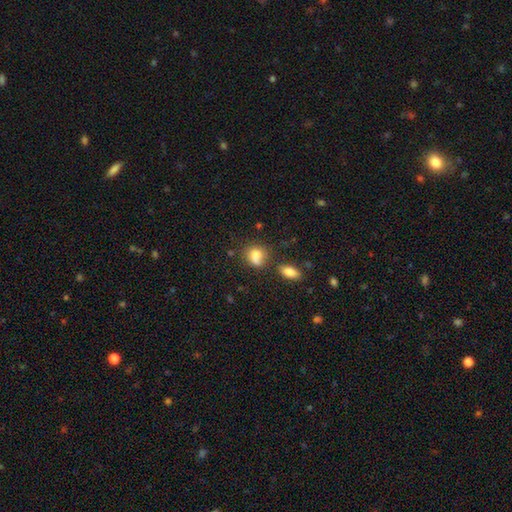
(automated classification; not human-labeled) The model was most divided on "merging": none: 42%, merger: 30%, minor disturbance: 19%, major disturbance: 9%. More confident: smooth or featured — smooth (78%); how rounded — round (57%).